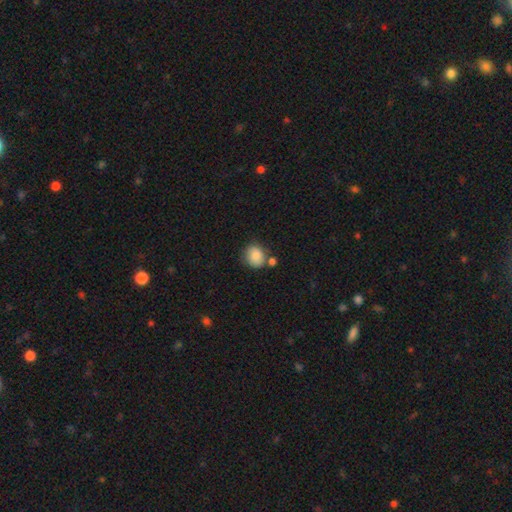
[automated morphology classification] This is clearly a smooth galaxy (84%). How rounded: likely round (71%). Merging: possibly none (60%).